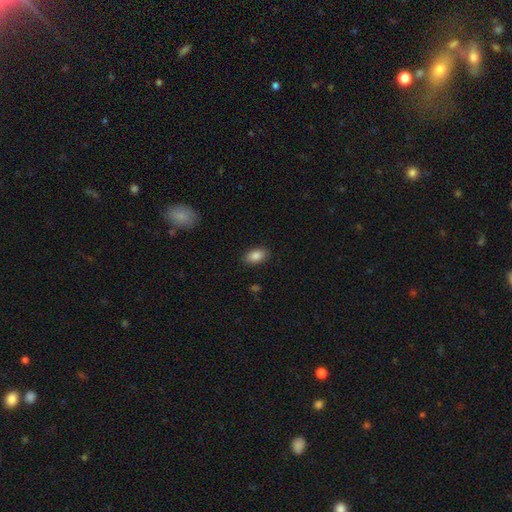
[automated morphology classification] Smooth or featured: smooth — 87% (star or artifact — 8%)
How rounded: in between — 92% (round — 6%)
Merging: none — 88% (minor disturbance — 9%)